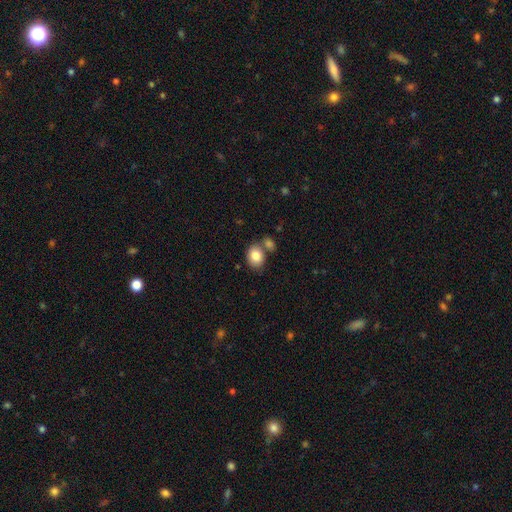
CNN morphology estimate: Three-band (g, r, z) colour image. It shows a smooth galaxy with no disk features (83%) that is in between round and cigar-shaped (54%). Merging: none (57%).